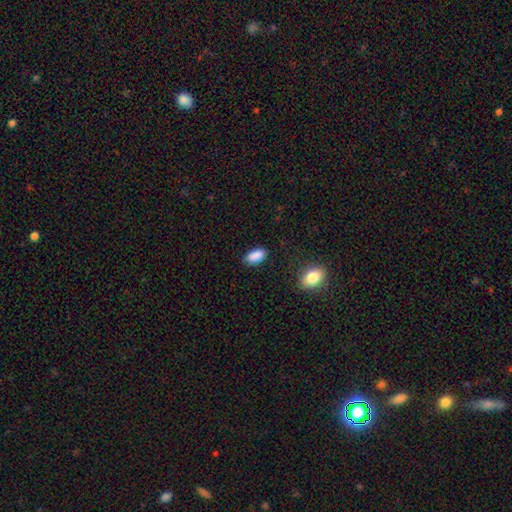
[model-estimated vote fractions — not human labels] A smooth galaxy with no disk features (89%) that is in between round and cigar-shaped (93%). Merging: none (84%).